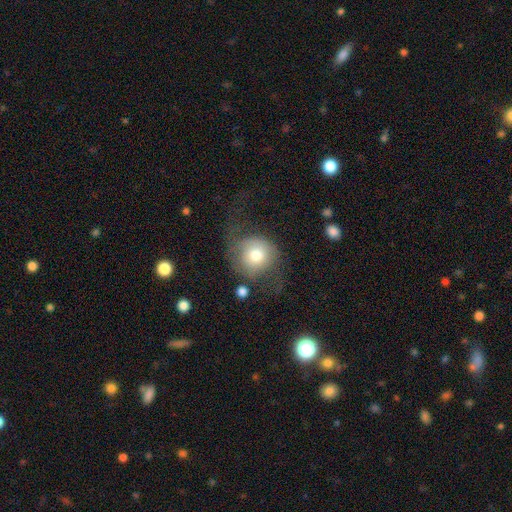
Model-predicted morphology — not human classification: Smooth or featured?
  - smooth: 68% *
  - featured or disk: 23%
  - star or artifact: 9%
How rounded?
  - round: 86% *
  - in between: 13%
  - cigar-shaped: 1%
Merging?
  - none: 43% *
  - major disturbance: 31%
  - minor disturbance: 21%
  - merger: 4%